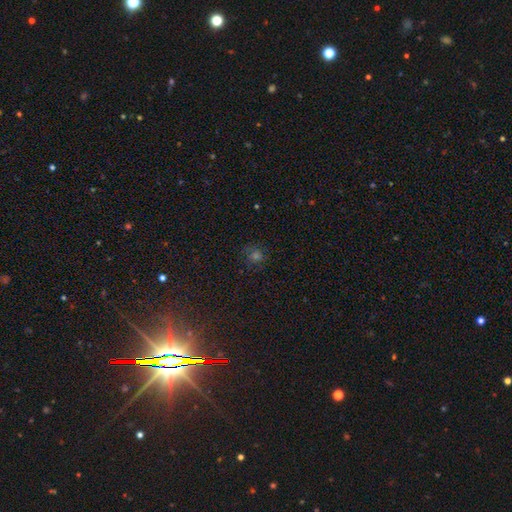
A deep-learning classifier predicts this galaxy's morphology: smooth_or_featured: smooth (p=0.46) [alt: star or artifact p=0.42]
merging: none (p=0.81) [alt: minor disturbance p=0.12]